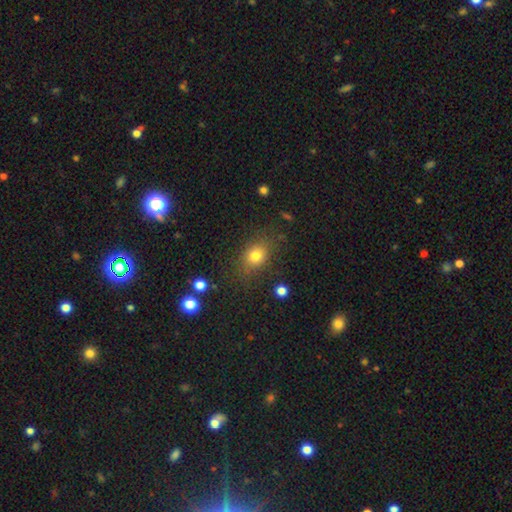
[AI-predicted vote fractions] Smooth or featured? Predicted: smooth (p=0.77). How rounded? Predicted: in between (p=0.52). Merging? Predicted: none (p=0.77).